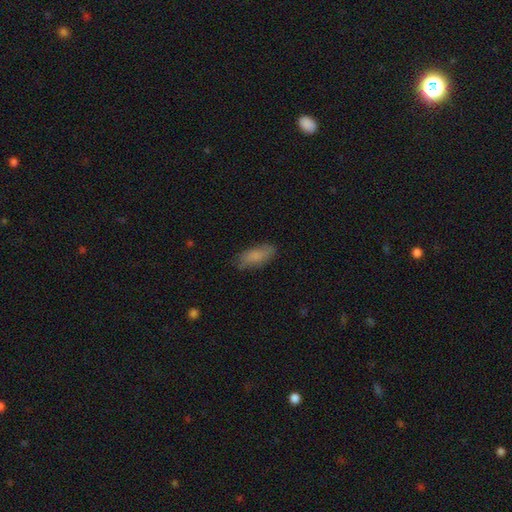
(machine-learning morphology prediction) Smooth or featured? Predicted: smooth (p=0.82). How rounded? Predicted: in between (p=0.76). Merging? Predicted: none (p=0.78).